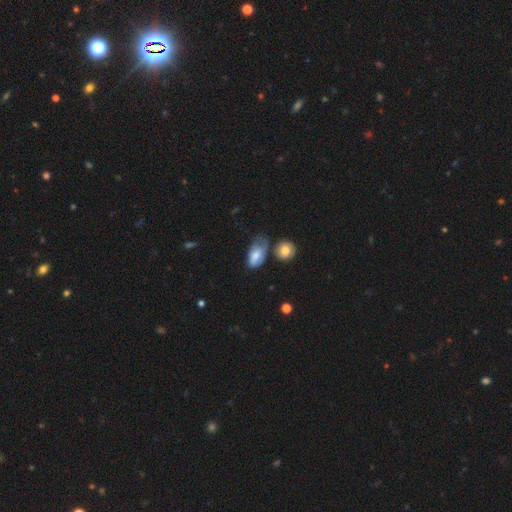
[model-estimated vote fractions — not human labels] smooth-or-featured: smooth: 72% | featured or disk: 20% | star or artifact: 8%
  how-rounded: in between: 89% | round: 8% | cigar-shaped: 3%
  merging: minor disturbance: 37% | none: 31% | major disturbance: 19% | merger: 12%